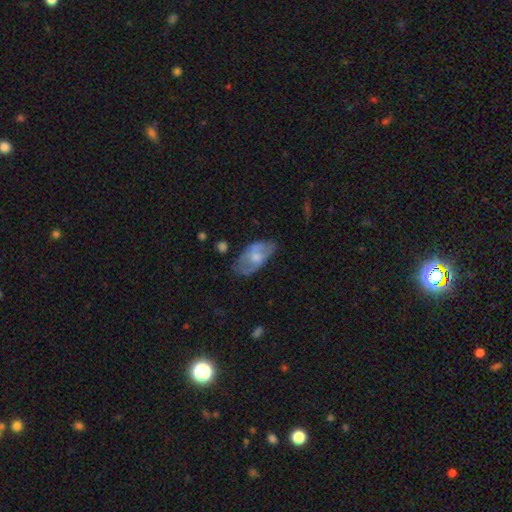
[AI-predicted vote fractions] Smooth or featured?
  - smooth: 48% *
  - featured or disk: 46%
  - star or artifact: 6%
Merging?
  - none: 58% *
  - minor disturbance: 28%
  - major disturbance: 11%
  - merger: 3%